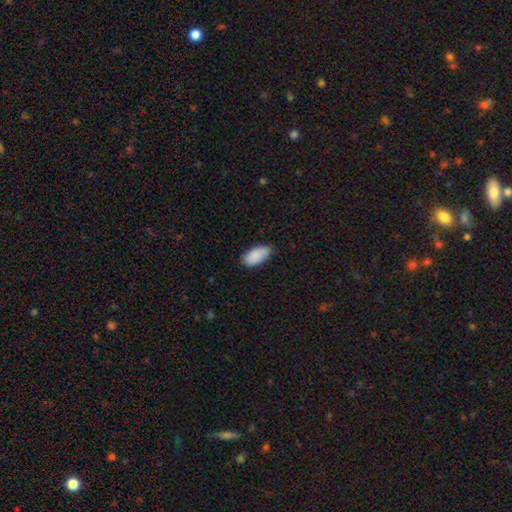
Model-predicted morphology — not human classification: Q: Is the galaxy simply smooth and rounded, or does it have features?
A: smooth — 90%.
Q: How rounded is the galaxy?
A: in between — 94%.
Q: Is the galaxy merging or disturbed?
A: none — 76%.